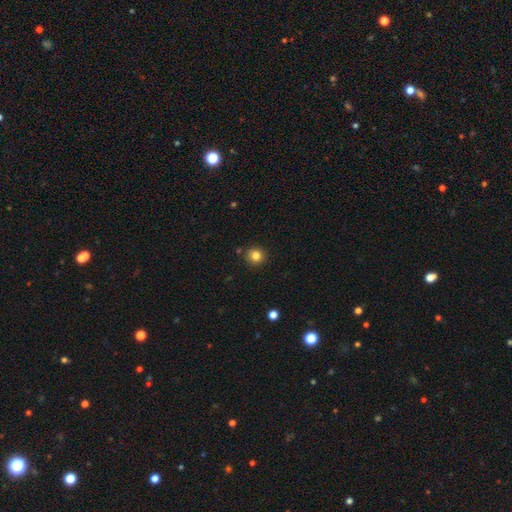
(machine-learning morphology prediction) smooth 82%, star or artifact 12%, featured or disk 6%. Down the decision tree: how rounded — round (92%); merging — none (89%).